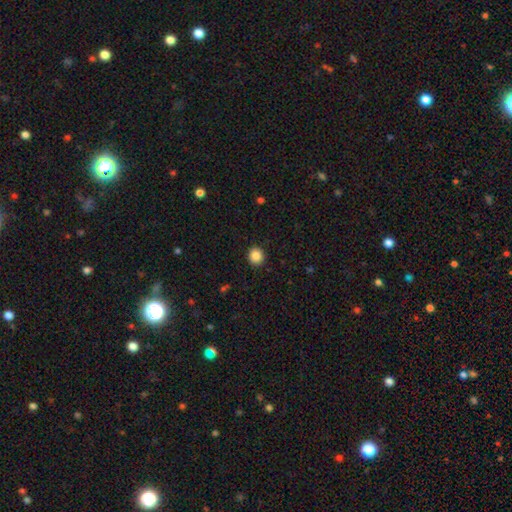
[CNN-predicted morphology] smooth 87%, star or artifact 10%, featured or disk 3%. Down the decision tree: how rounded — round (85%); merging — none (91%).